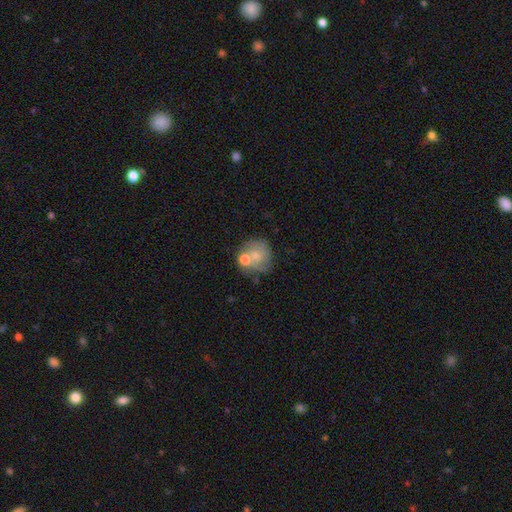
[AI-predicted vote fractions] This is likely a smooth galaxy (61%). How rounded: clearly round (83%). Merging: possibly none (48%).